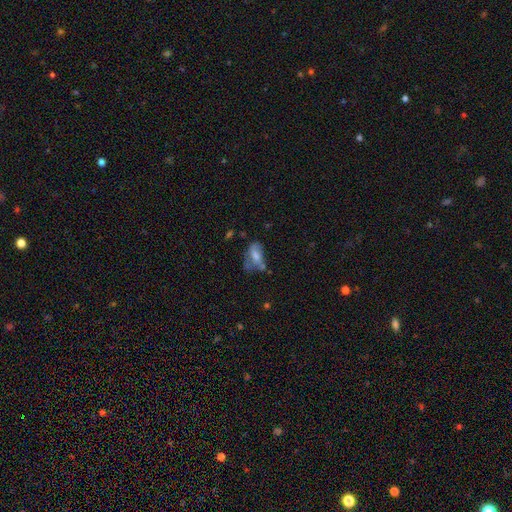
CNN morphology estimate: Smooth or featured: smooth — 45% (featured or disk — 39%)
Merging: none — 38% (minor disturbance — 26%)